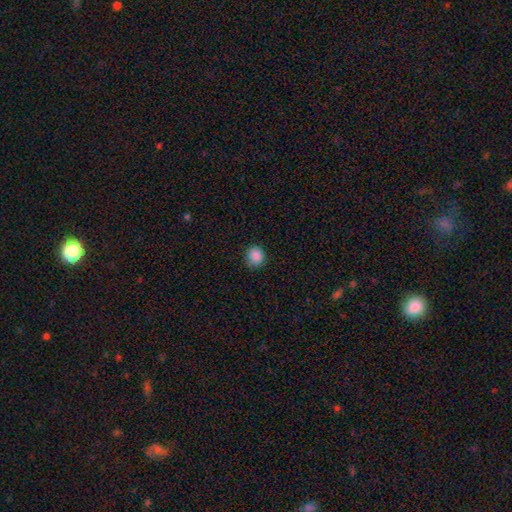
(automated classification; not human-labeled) smooth 87%, star or artifact 10%, featured or disk 3%. Down the decision tree: how rounded — round (81%); merging — none (81%).